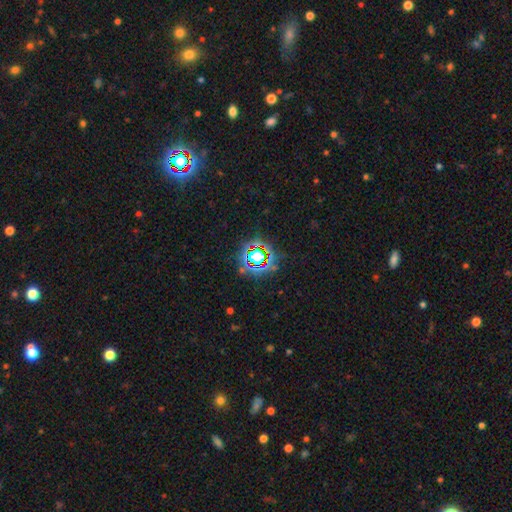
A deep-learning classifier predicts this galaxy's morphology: Smooth or featured? star or artifact (78%)